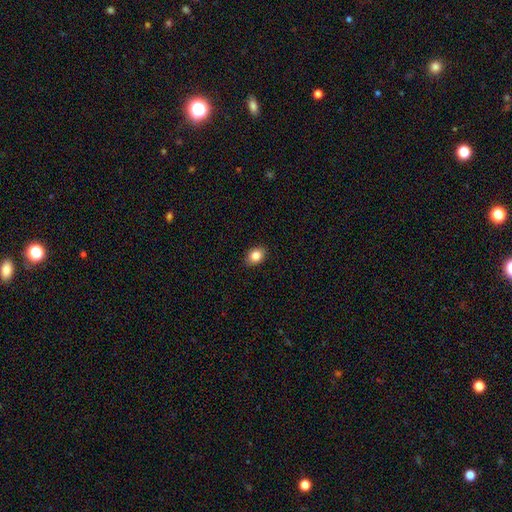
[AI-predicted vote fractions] This appears to be a smooth galaxy with no disk features (85%) that is in between round and cigar-shaped (65%). Merging: none (89%).